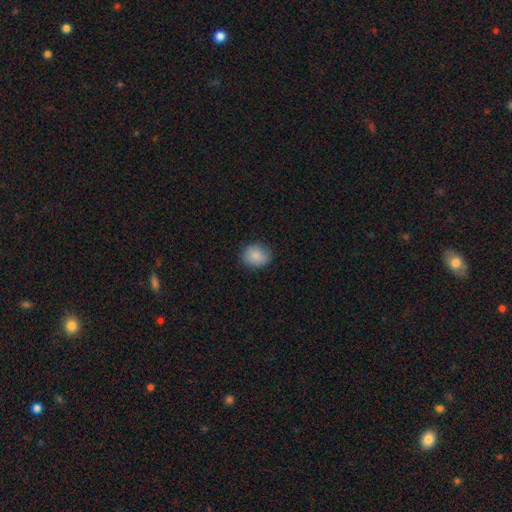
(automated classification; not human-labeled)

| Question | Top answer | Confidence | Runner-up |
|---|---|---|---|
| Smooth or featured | smooth | 87% | star or artifact (8%) |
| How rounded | round | 61% | in between (38%) |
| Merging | none | 85% | minor disturbance (12%) |